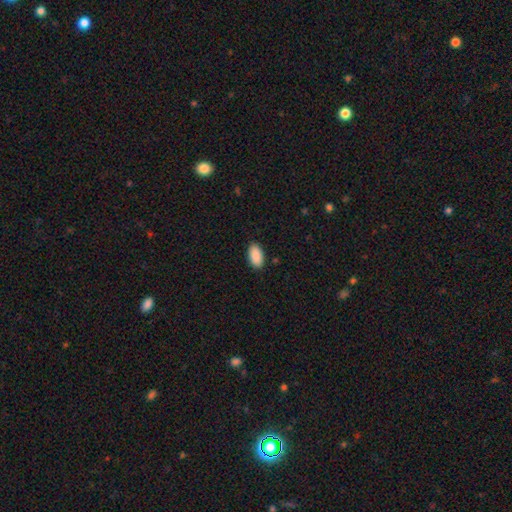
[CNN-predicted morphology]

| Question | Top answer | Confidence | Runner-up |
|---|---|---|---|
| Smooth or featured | smooth | 91% | star or artifact (6%) |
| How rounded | in between | 95% | round (3%) |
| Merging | none | 89% | minor disturbance (8%) |